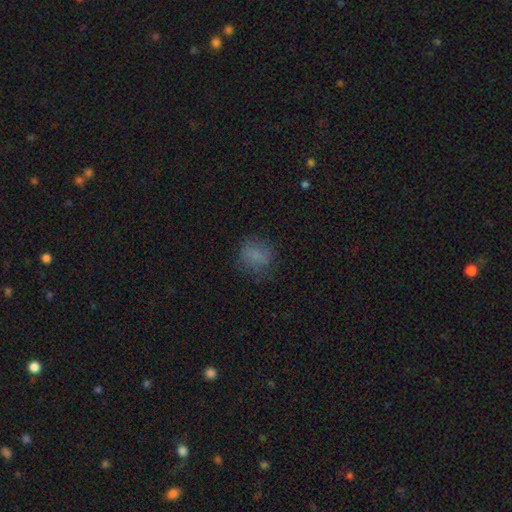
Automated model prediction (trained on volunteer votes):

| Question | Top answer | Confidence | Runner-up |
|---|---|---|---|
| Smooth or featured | smooth | 74% | star or artifact (14%) |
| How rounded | round | 67% | in between (31%) |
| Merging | none | 70% | minor disturbance (19%) |